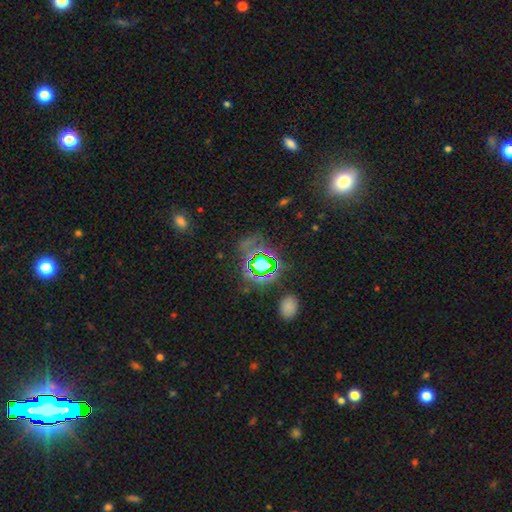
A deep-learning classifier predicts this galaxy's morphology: Smooth or featured: star or artifact — 71% (smooth — 17%)